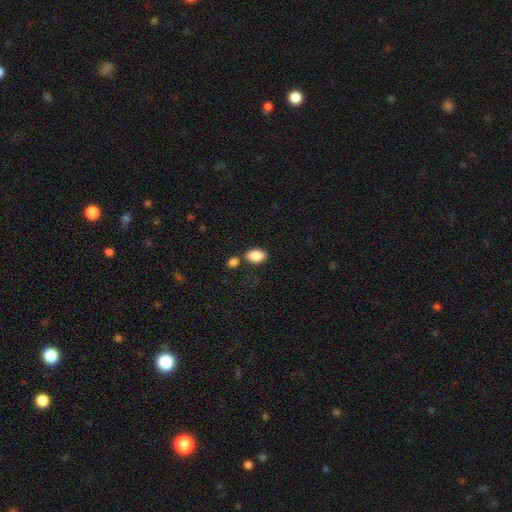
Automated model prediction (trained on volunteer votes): Smooth or featured? Predicted: smooth (p=0.87). How rounded? Predicted: in between (p=0.88). Merging? Predicted: none (p=0.70).